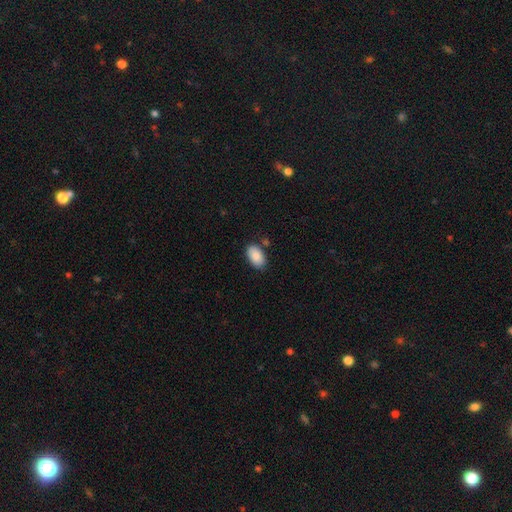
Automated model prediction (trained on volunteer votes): Morphology: type=smooth (88%); roundness=in between (93%); merging=none (79%).